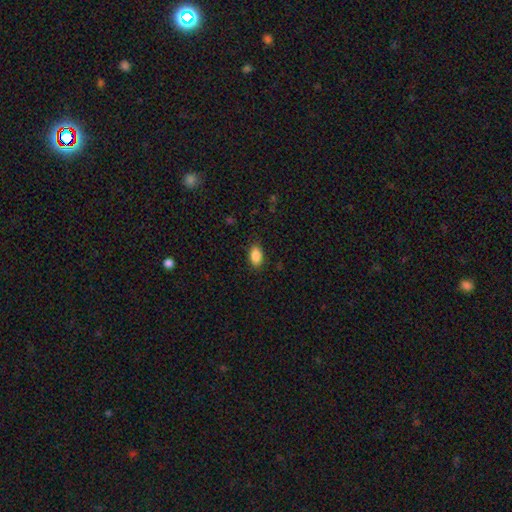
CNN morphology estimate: smooth-or-featured: smooth: 88% | star or artifact: 8% | featured or disk: 4%
  how-rounded: in between: 91% | round: 6% | cigar-shaped: 2%
  merging: none: 86% | minor disturbance: 11% | major disturbance: 3% | merger: 1%